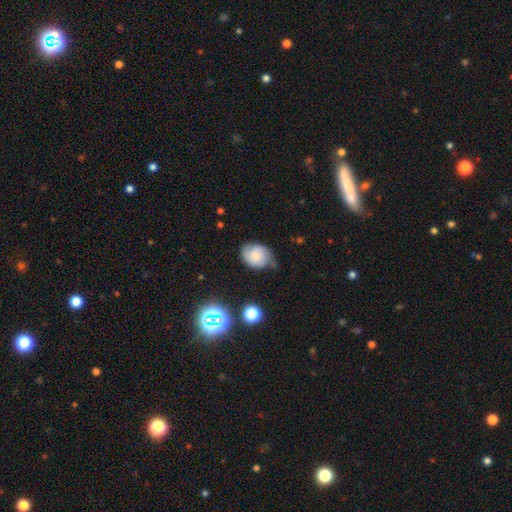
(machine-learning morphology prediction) This is possibly a smooth galaxy (49%). Merging: possibly none (58%).